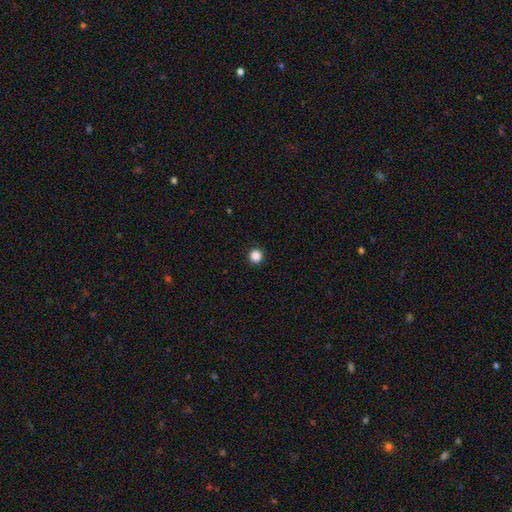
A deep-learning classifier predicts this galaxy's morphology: A smooth galaxy with no disk features (86%) that is round (93%). Merging: none (93%).